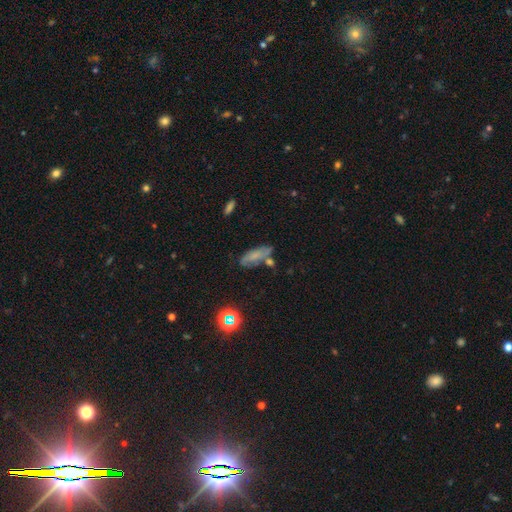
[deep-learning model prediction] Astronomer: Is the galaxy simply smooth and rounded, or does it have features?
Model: smooth — 59%.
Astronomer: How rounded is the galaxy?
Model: in between — 64%.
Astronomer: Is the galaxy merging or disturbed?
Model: none — 52%.